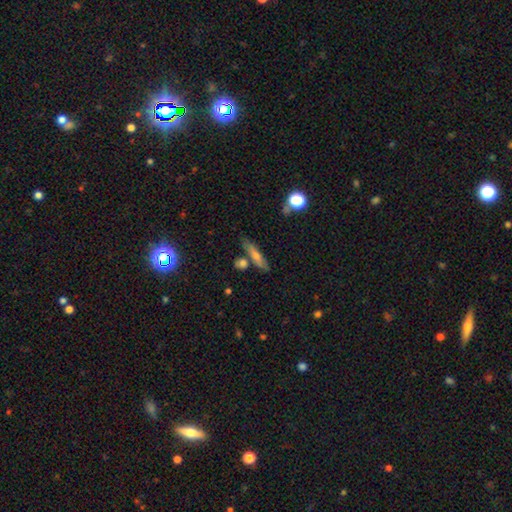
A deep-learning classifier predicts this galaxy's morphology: Smooth or featured? smooth (48%)
Merging? none (73%)